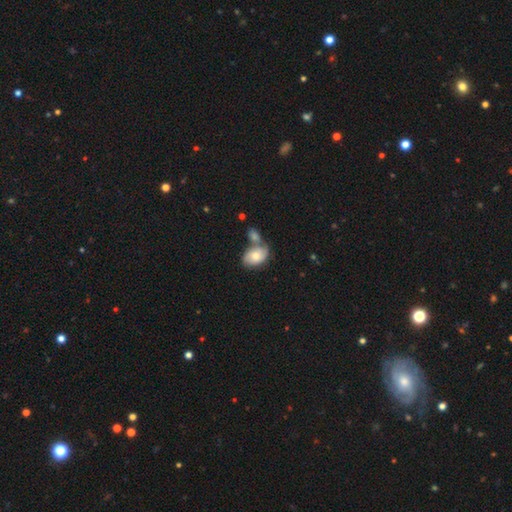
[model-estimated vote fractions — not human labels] Q: Smooth or featured?
A: smooth (67%); runner-up: featured or disk (26%)
Q: How rounded?
A: in between (87%); runner-up: round (12%)
Q: Merging?
A: merger (42%); runner-up: none (38%)